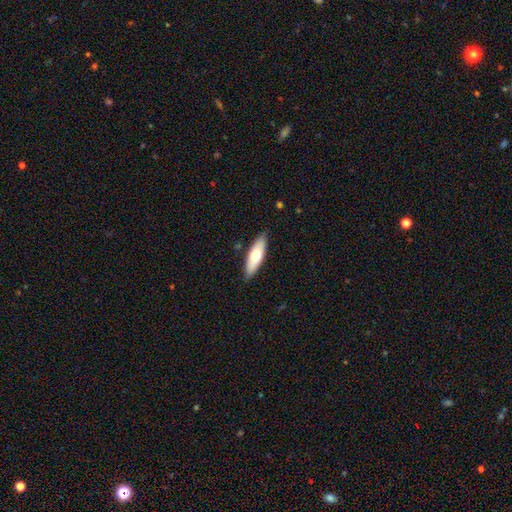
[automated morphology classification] Overall: smooth (66%; featured or disk 29%). How rounded: in between (54%; cigar-shaped 45%). Merging: none (87%).